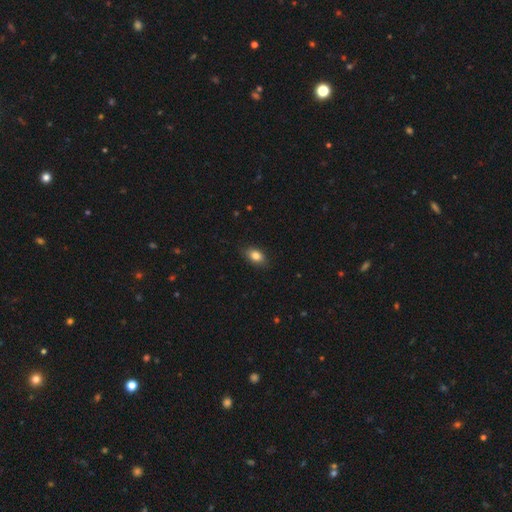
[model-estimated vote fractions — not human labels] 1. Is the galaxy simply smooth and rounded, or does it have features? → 84% smooth, 8% star or artifact, 8% featured or disk.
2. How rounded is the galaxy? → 86% in between, 11% round, 3% cigar-shaped.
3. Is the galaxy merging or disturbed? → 84% none, 12% minor disturbance, 2% major disturbance, 1% merger.